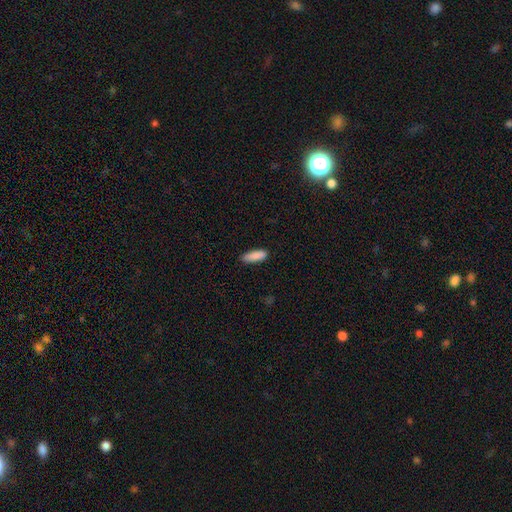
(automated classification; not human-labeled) smooth 89%, star or artifact 6%, featured or disk 4%. Down the decision tree: how rounded — in between (57%); merging — none (85%).